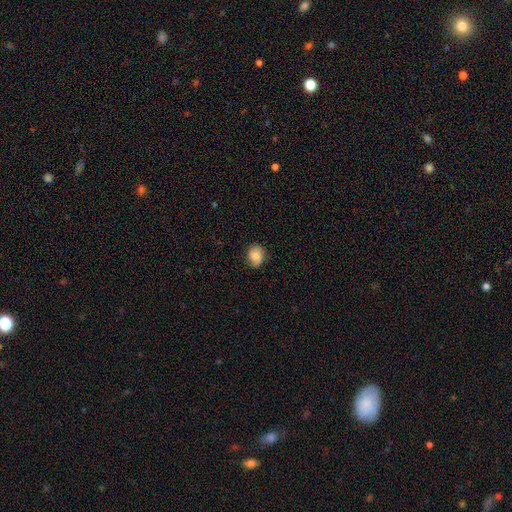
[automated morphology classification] The model was most divided on "how rounded": round: 51%, in between: 48%, cigar-shaped: 1%. More confident: smooth or featured — smooth (83%); merging — none (77%).